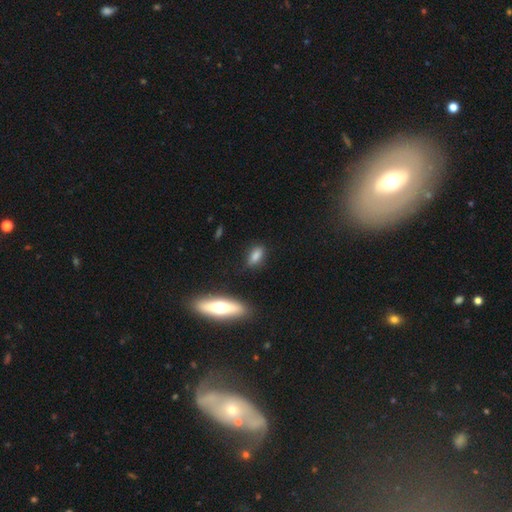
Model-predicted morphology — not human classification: This is likely a smooth galaxy (80%). How rounded: likely in between (76%). Merging: likely none (79%).